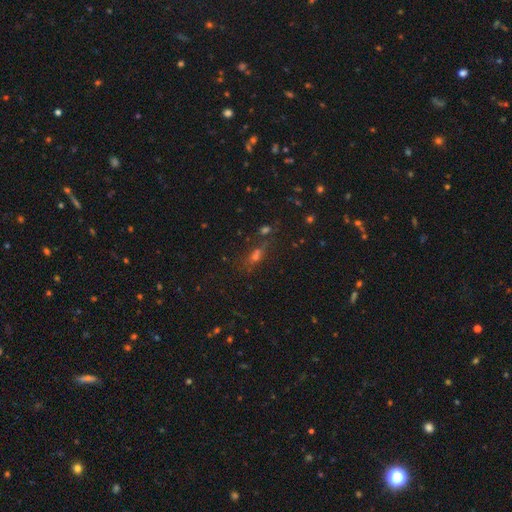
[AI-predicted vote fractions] Morphology: type=smooth (46%); merging=none (55%).